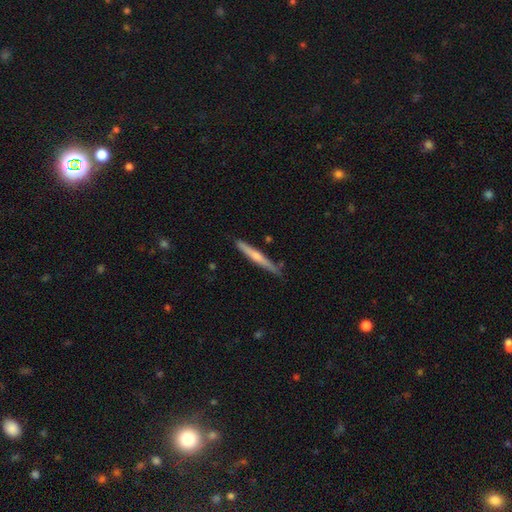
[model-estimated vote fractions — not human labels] A smooth galaxy with no disk features (49%).

Vote fractions:
- Smooth or featured? smooth: 49% / featured or disk: 46% / star or artifact: 5%
- Merging? none: 83% / minor disturbance: 13% / merger: 2% / major disturbance: 2%